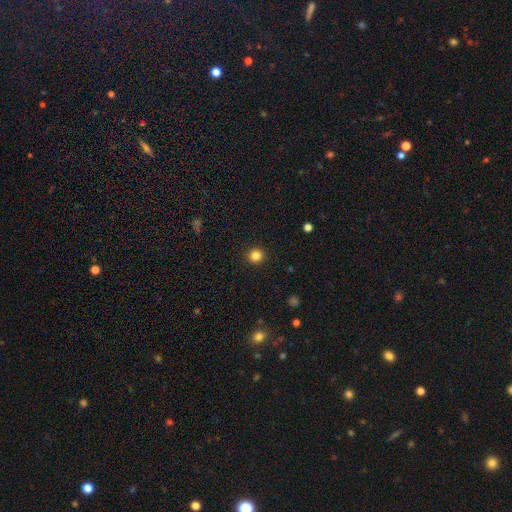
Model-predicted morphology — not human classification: Overall: smooth (84%). How rounded: round (92%). Merging: none (92%).